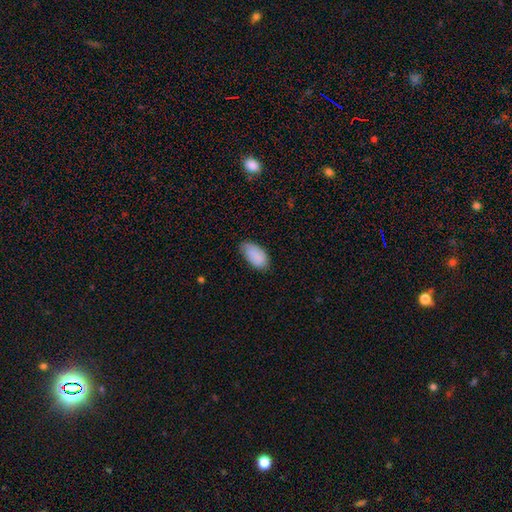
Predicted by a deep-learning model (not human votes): Q: Smooth or featured?
A: smooth (84%); runner-up: featured or disk (10%)
Q: How rounded?
A: in between (95%); runner-up: round (3%)
Q: Merging?
A: none (65%); runner-up: minor disturbance (29%)